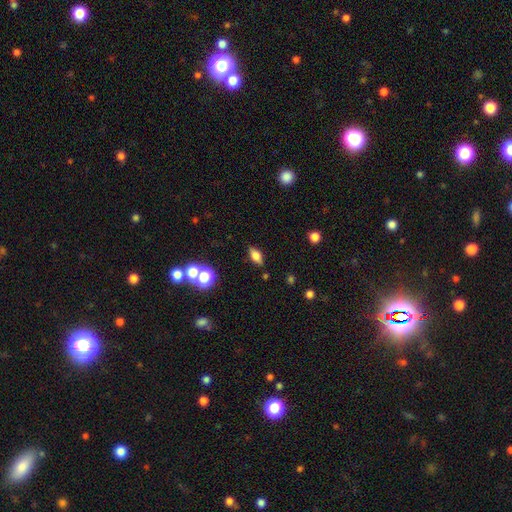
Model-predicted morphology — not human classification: Smooth or featured? Predicted: smooth (p=0.70). How rounded? Predicted: in between (p=0.80). Merging? Predicted: none (p=0.84).